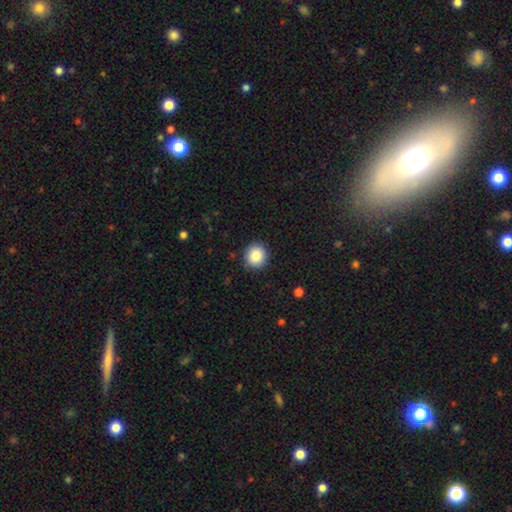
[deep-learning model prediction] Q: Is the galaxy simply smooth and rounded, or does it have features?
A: smooth — 86%.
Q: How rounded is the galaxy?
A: round — 85%.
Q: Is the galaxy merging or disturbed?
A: none — 90%.